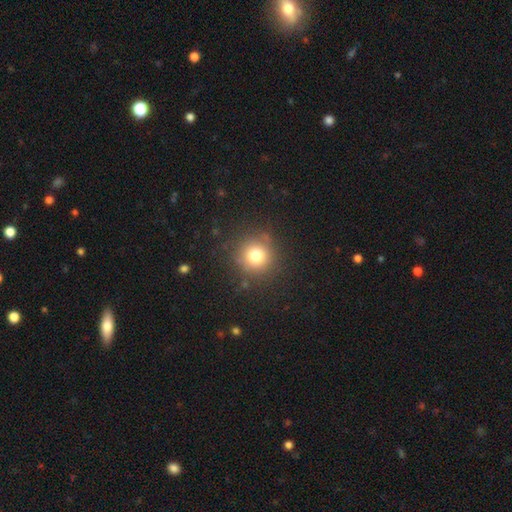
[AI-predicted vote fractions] A smooth galaxy with no disk features (77%) that is round (93%).

Vote fractions:
- Smooth or featured? smooth: 77% / star or artifact: 14% / featured or disk: 9%
- How rounded? round: 93% / in between: 6% / cigar-shaped: 1%
- Merging? none: 85% / minor disturbance: 9% / major disturbance: 4% / merger: 2%